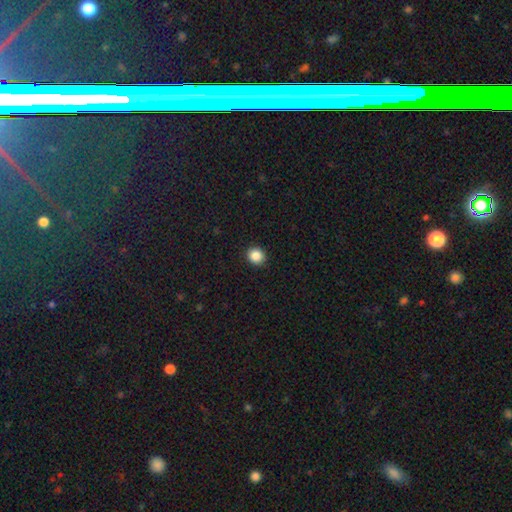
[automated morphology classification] The model was most divided on "how rounded": round: 85%, in between: 14%, cigar-shaped: 1%. More confident: merging — none (92%); smooth or featured — smooth (87%).